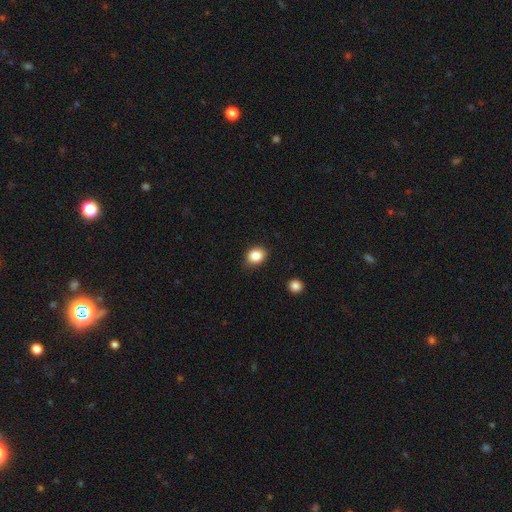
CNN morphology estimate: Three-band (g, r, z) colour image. It shows a smooth galaxy with no disk features (86%) that is in between round and cigar-shaped (50%, tied with round). Merging: none (86%).